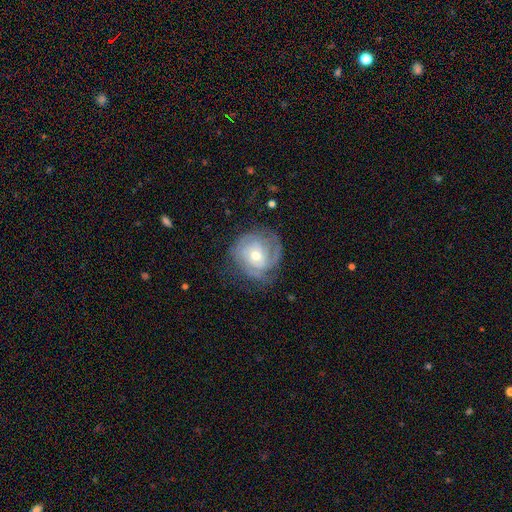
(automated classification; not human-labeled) Morphology: type=featured or disk (80%); edge-on=no (97%); bar=no (68%); spiral arms=yes (92%); winding=tight (69%); arm count=can't tell (34%); bulge=moderate (57%); merging=none (68%).